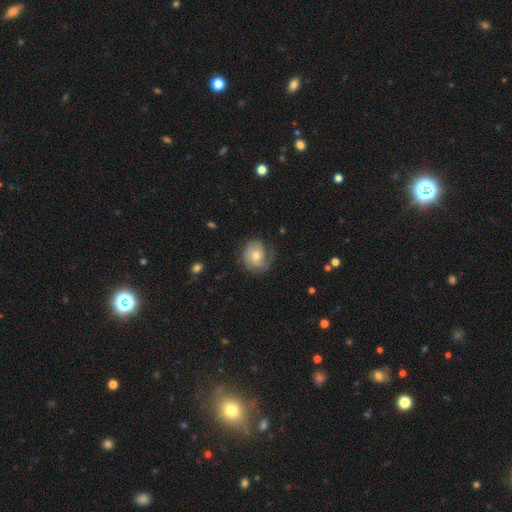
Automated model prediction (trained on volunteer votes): This is possibly a featured or disk galaxy (55%). It is clearly not viewed edge-on (97%). Bar: likely no (76%). Spiral arm pattern: clearly yes (84%). Central bulge: possibly moderate (59%). Merging: likely none (64%).